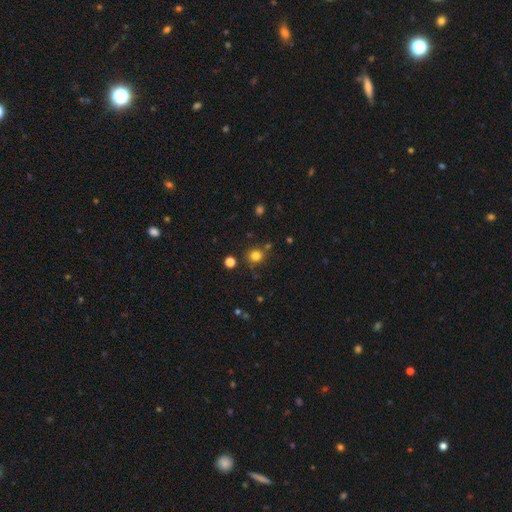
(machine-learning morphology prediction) Smooth or featured: smooth — 80% (star or artifact — 15%)
How rounded: round — 90% (in between — 9%)
Merging: none — 81% (minor disturbance — 9%)